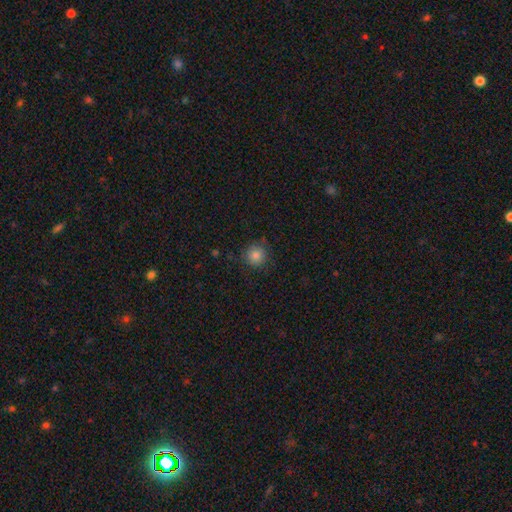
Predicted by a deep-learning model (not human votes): This is clearly a smooth galaxy (82%). How rounded: clearly round (93%). Merging: clearly none (85%).